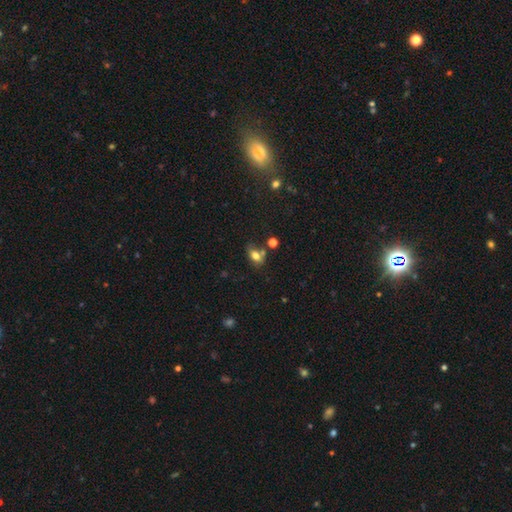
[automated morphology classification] type=smooth (72%); roundness=in between (77%); merging=none (51%).